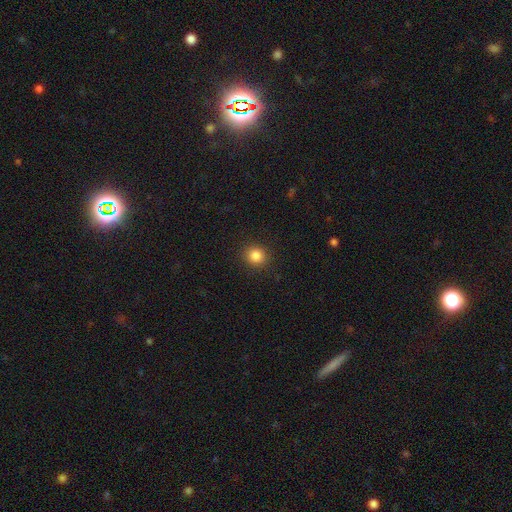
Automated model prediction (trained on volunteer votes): Smooth or featured? Predicted: smooth (p=0.85). How rounded? Predicted: round (p=0.84). Merging? Predicted: none (p=0.90).